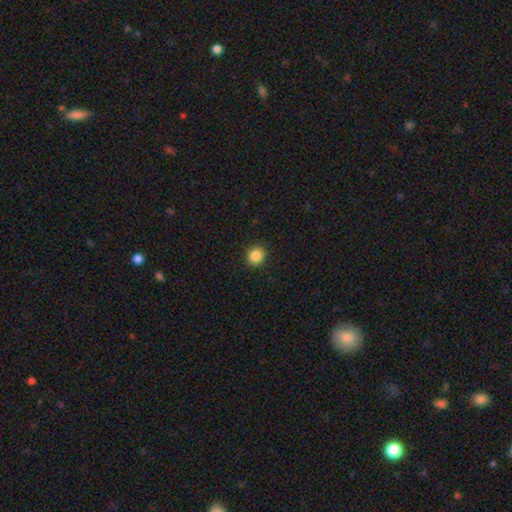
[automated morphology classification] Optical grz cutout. It shows a smooth galaxy with no disk features (86%) that is round (86%). Merging: none (91%).